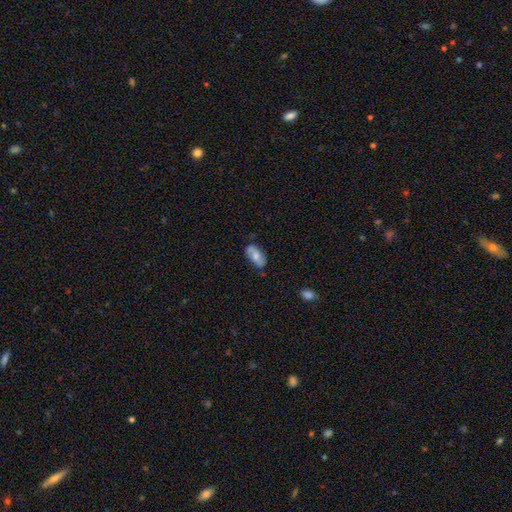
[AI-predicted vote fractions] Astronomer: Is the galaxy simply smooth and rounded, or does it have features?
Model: smooth — 61%.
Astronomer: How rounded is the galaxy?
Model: in between — 89%.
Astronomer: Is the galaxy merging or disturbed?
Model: none — 71%.